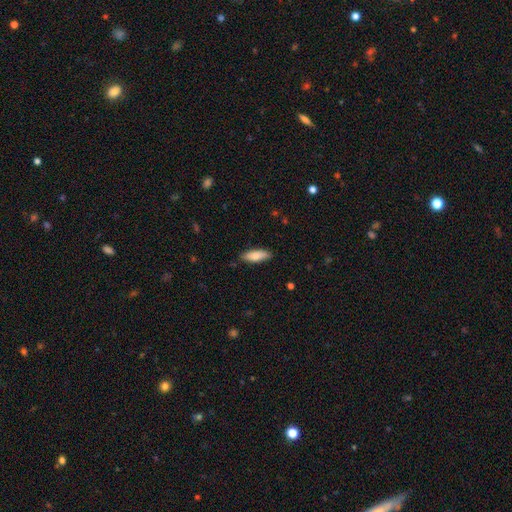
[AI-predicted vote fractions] Overall: smooth (83%). How rounded: in between (61%; cigar-shaped 37%). Merging: none (85%).